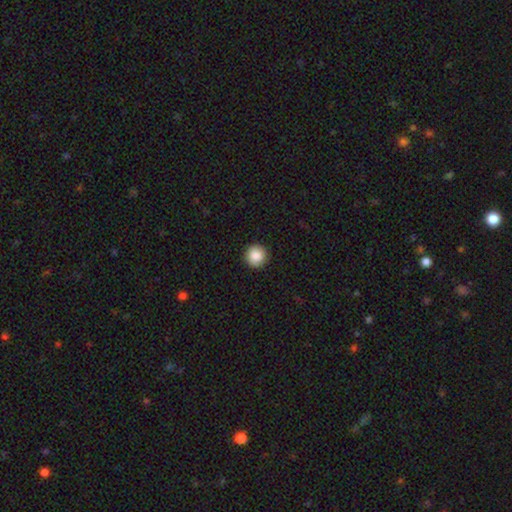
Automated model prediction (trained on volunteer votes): A smooth galaxy with no disk features (88%) that is round (95%).

Vote fractions:
- Smooth or featured? smooth: 88% / star or artifact: 8% / featured or disk: 4%
- How rounded? round: 95% / in between: 4% / cigar-shaped: 1%
- Merging? none: 92% / minor disturbance: 6% / major disturbance: 2% / merger: 1%